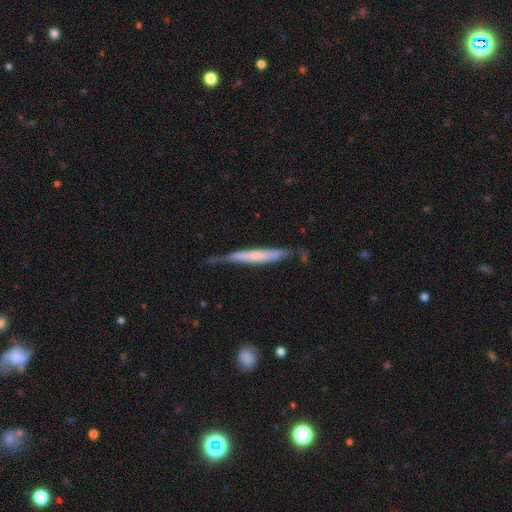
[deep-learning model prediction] smooth_or_featured: featured or disk (p=0.52) [alt: smooth p=0.43]
disk_edge_on: yes (p=0.89) [alt: no p=0.11]
merging: none (p=0.64) [alt: minor disturbance p=0.26]